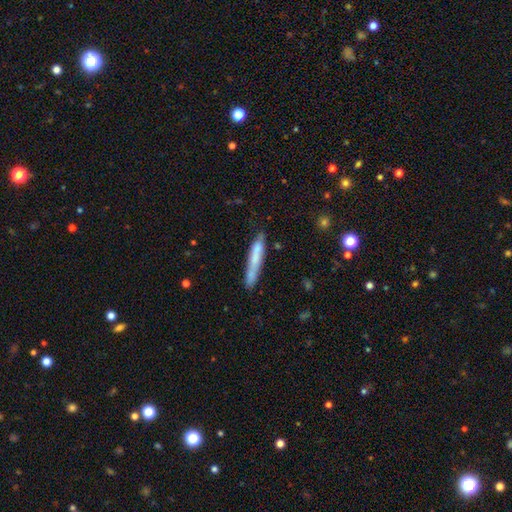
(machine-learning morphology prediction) A smooth galaxy with no disk features (67%) that is cigar-shaped (92%).

Vote fractions:
- Smooth or featured? smooth: 67% / featured or disk: 26% / star or artifact: 7%
- How rounded? cigar-shaped: 92% / in between: 6% / round: 1%
- Merging? none: 67% / minor disturbance: 21% / merger: 6% / major disturbance: 5%